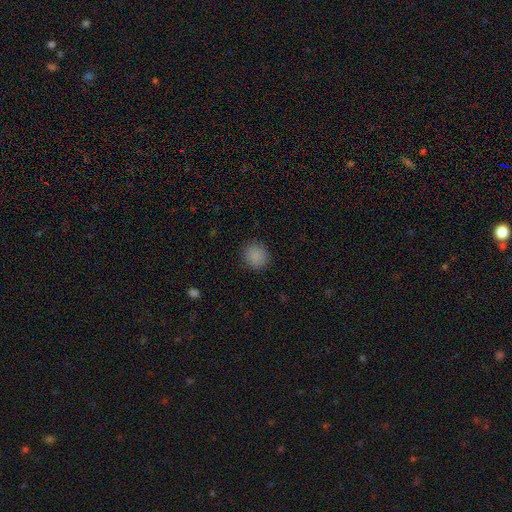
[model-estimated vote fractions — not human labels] Overall: smooth (87%). How rounded: round (89%). Merging: none (90%).